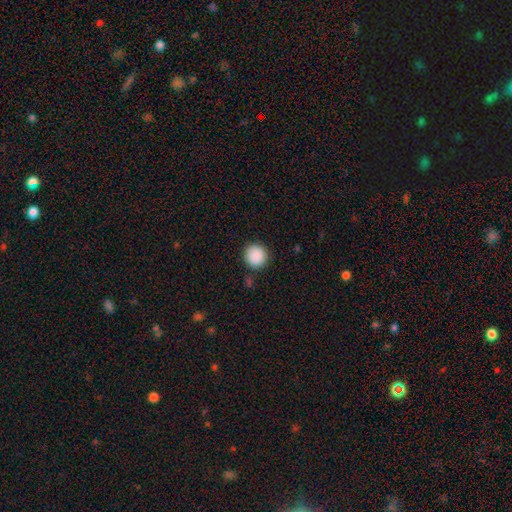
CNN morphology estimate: smooth_or_featured: smooth (p=0.89) [alt: star or artifact p=0.08]
how_rounded: round (p=0.94) [alt: in between p=0.05]
merging: none (p=0.87) [alt: minor disturbance p=0.08]